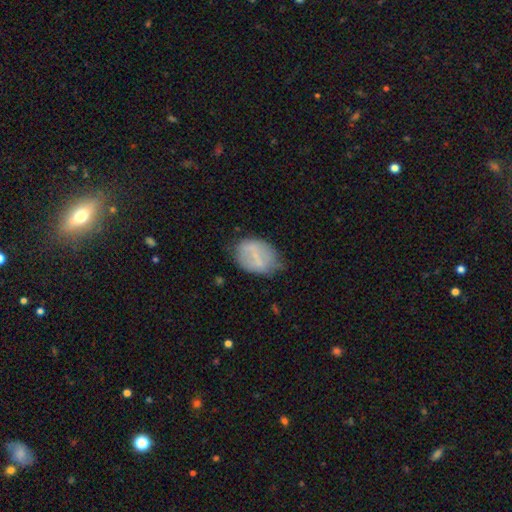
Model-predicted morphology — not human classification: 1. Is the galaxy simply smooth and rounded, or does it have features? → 57% smooth, 35% featured or disk, 8% star or artifact.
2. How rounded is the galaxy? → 76% in between, 22% round, 2% cigar-shaped.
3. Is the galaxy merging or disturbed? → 56% none, 31% minor disturbance, 10% major disturbance, 3% merger.